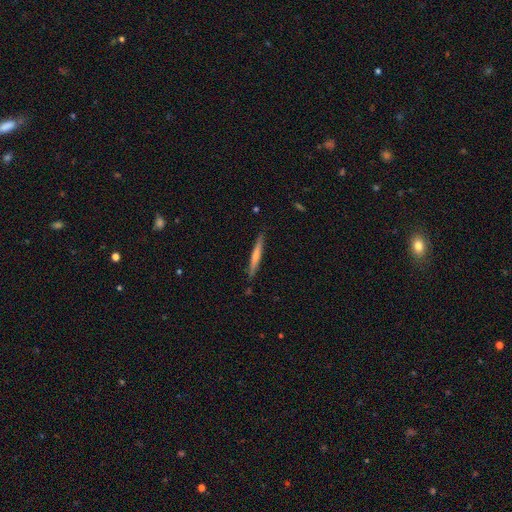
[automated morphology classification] smooth_or_featured: featured or disk (p=0.57) [alt: smooth p=0.37]
disk_edge_on: yes (p=0.97) [alt: no p=0.03]
edge_on_bulge: rounded (p=0.59) [alt: none p=0.35]
merging: none (p=0.89) [alt: minor disturbance p=0.08]